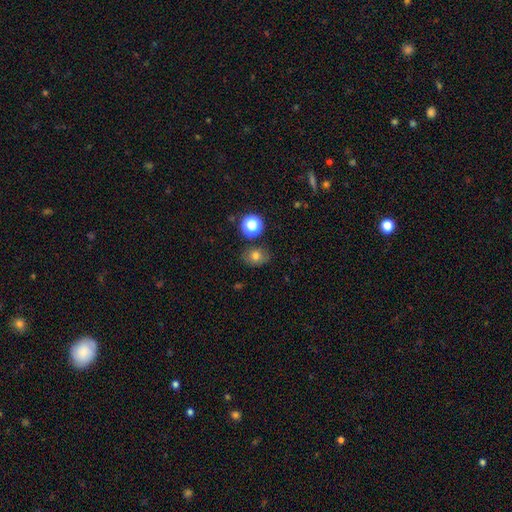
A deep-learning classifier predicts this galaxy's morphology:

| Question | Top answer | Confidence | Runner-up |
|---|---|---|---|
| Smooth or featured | smooth | 74% | star or artifact (15%) |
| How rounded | in between | 51% | round (48%) |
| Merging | none | 78% | minor disturbance (14%) |